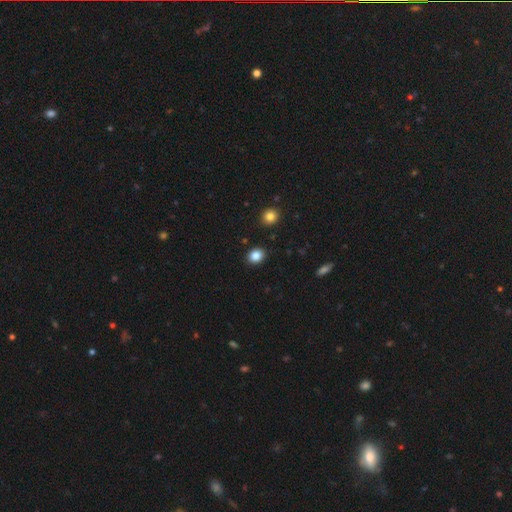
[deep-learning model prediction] smooth_or_featured: smooth (p=0.85) [alt: star or artifact p=0.10]
how_rounded: round (p=0.61) [alt: in between p=0.38]
merging: none (p=0.89) [alt: minor disturbance p=0.07]